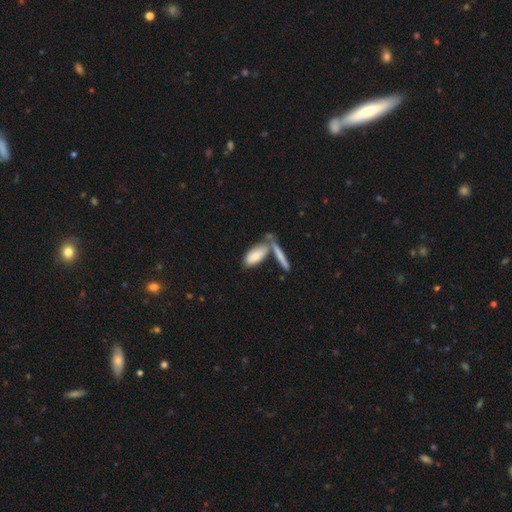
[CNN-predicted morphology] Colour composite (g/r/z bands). It shows a smooth galaxy with no disk features (76%) that is in between round and cigar-shaped (72%). Merging: none (43%).